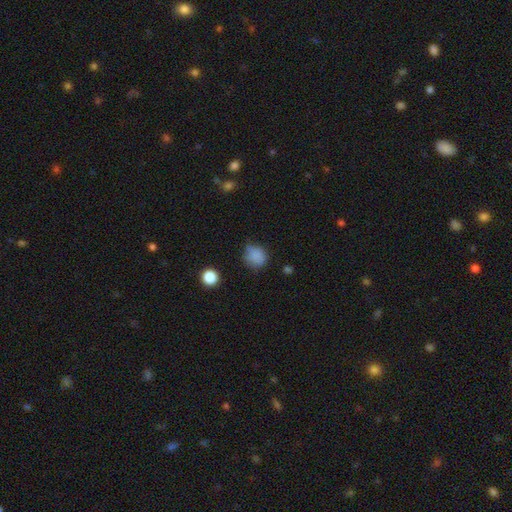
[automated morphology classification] type=smooth (81%); roundness=round (75%); merging=none (60%).